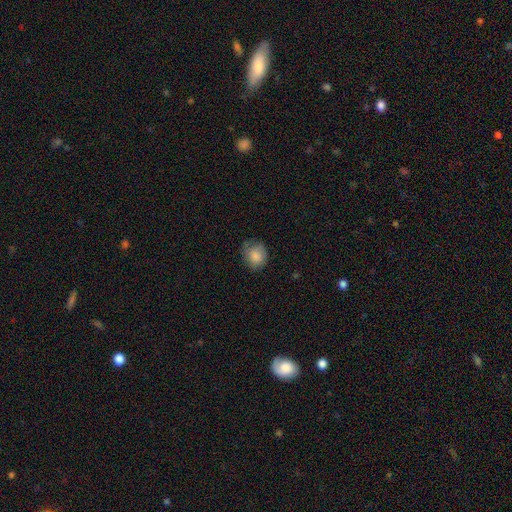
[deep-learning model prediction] smooth-or-featured: smooth: 82% | featured or disk: 10% | star or artifact: 8%
  how-rounded: round: 65% | in between: 34% | cigar-shaped: 1%
  merging: none: 60% | minor disturbance: 29% | major disturbance: 10% | merger: 1%